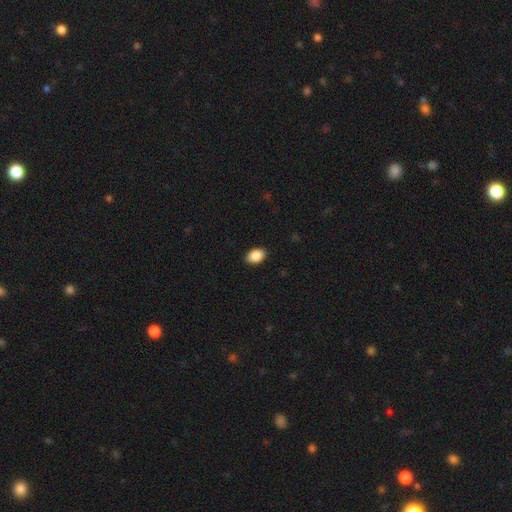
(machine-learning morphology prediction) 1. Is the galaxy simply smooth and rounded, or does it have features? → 89% smooth, 7% star or artifact, 4% featured or disk.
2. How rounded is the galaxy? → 84% in between, 15% round, 1% cigar-shaped.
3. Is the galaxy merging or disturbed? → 89% none, 8% minor disturbance, 2% major disturbance, 1% merger.